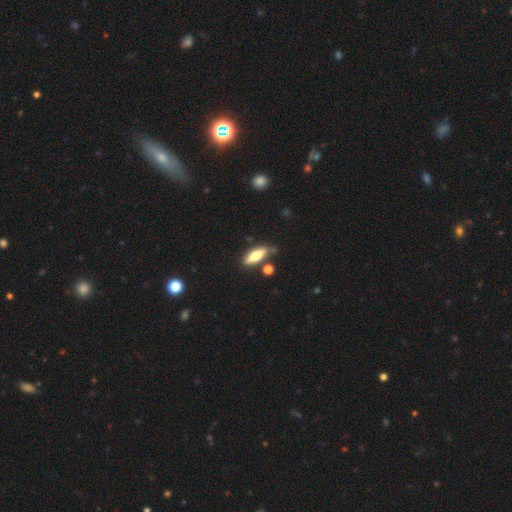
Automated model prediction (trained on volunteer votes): Smooth or featured?
  - smooth: 65% *
  - featured or disk: 28%
  - star or artifact: 7%
How rounded?
  - in between: 59% *
  - cigar-shaped: 38%
  - round: 3%
Merging?
  - none: 67% *
  - minor disturbance: 19%
  - merger: 10%
  - major disturbance: 5%